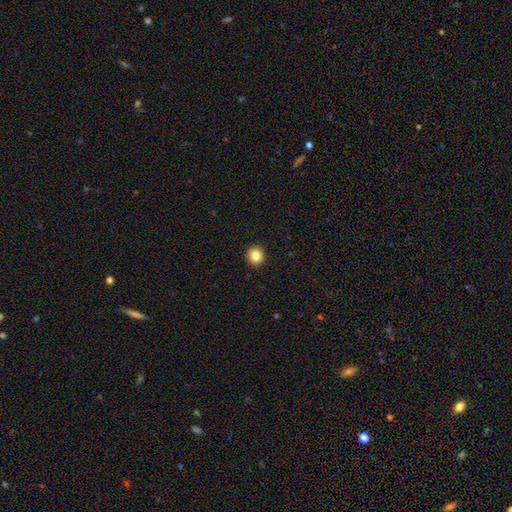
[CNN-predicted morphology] Smooth or featured?
  - smooth: 84% *
  - star or artifact: 10%
  - featured or disk: 6%
How rounded?
  - round: 92% *
  - in between: 7%
  - cigar-shaped: 1%
Merging?
  - none: 94% *
  - minor disturbance: 4%
  - major disturbance: 1%
  - merger: 1%